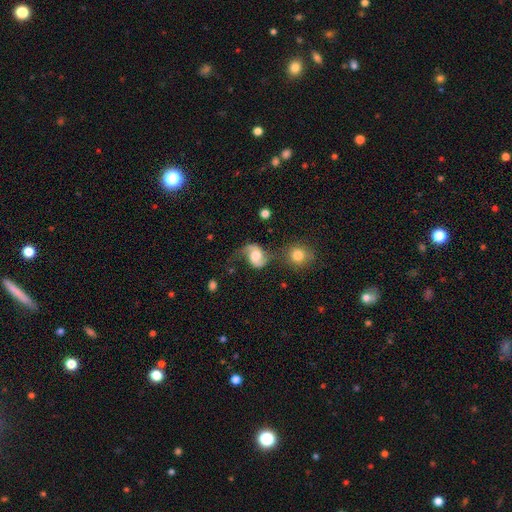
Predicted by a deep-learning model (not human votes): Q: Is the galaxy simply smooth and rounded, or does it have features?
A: featured or disk — 76%.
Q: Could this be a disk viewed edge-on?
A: no — 98%.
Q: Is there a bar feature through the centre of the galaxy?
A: no — 56%.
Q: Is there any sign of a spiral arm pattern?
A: yes — 94%.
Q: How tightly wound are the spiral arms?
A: loose — 54%.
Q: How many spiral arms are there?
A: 2 — 89%.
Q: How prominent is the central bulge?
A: moderate — 47%.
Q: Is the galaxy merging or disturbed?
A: none — 53%.